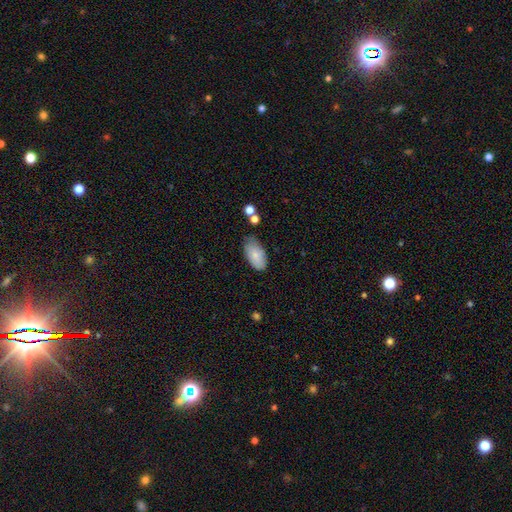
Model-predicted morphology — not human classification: The model was most divided on "merging": none: 64%, minor disturbance: 27%, major disturbance: 6%, merger: 4%. More confident: how rounded — in between (94%); smooth or featured — smooth (76%).